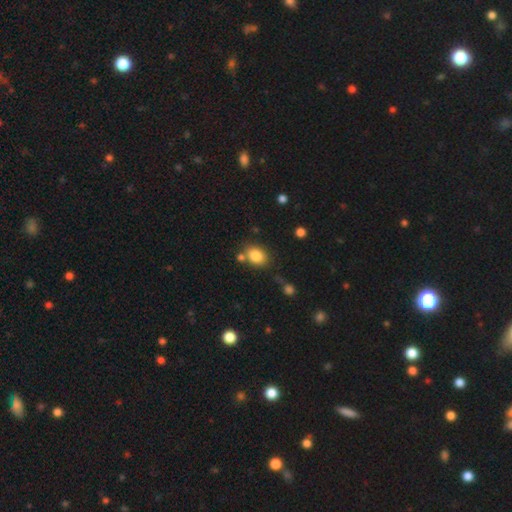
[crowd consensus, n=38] Morphology: type=smooth (84%); roundness=round (56%); merging=none (66%).